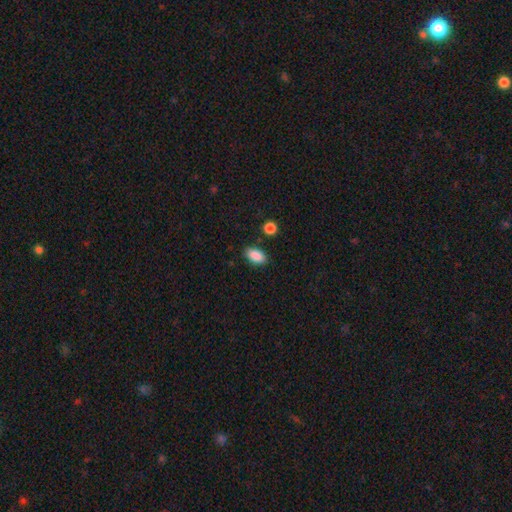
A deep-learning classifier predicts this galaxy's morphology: A smooth galaxy with no disk features (89%) that is in between round and cigar-shaped (92%).

Vote fractions:
- Smooth or featured? smooth: 89% / star or artifact: 8% / featured or disk: 4%
- How rounded? in between: 92% / round: 5% / cigar-shaped: 3%
- Merging? none: 85% / minor disturbance: 10% / merger: 3% / major disturbance: 2%